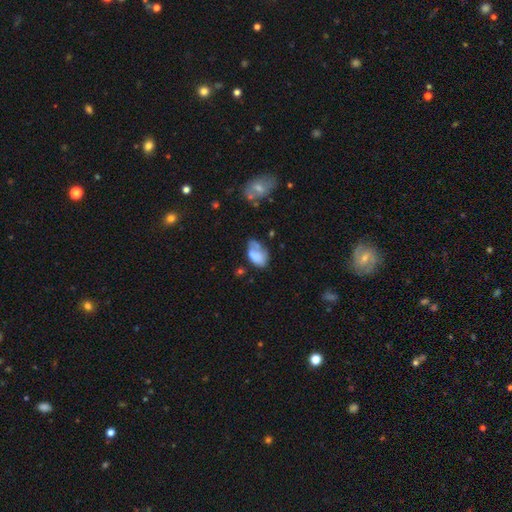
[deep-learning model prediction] smooth-or-featured: smooth: 70% | featured or disk: 21% | star or artifact: 9%
  how-rounded: in between: 90% | round: 8% | cigar-shaped: 2%
  merging: none: 36% | minor disturbance: 34% | major disturbance: 18% | merger: 12%